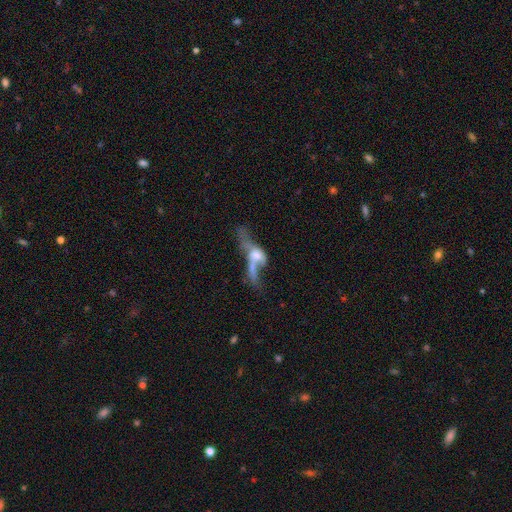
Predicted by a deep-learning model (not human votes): smooth-or-featured: featured or disk: 54% | smooth: 35% | star or artifact: 11%
  disk-edge-on: no: 71% | yes: 29%
  merging: merger: 39% | major disturbance: 36% | none: 15% | minor disturbance: 10%